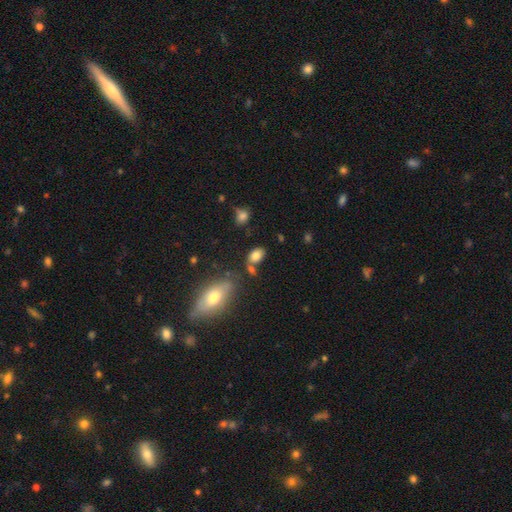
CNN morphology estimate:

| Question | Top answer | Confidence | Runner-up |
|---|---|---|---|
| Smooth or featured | smooth | 80% | star or artifact (10%) |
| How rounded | in between | 86% | round (12%) |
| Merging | none | 64% | minor disturbance (16%) |